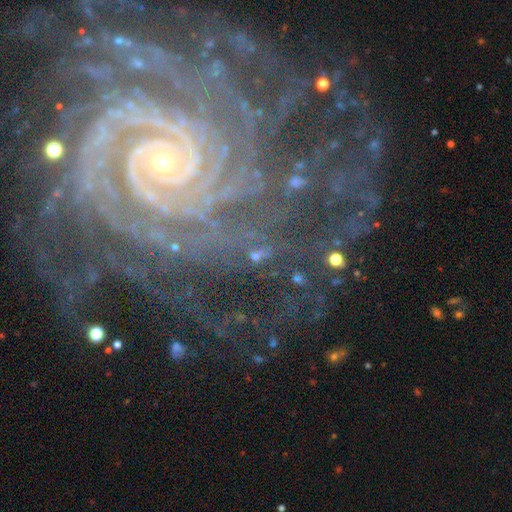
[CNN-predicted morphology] Q: Smooth or featured?
A: star or artifact (60%); runner-up: smooth (21%)